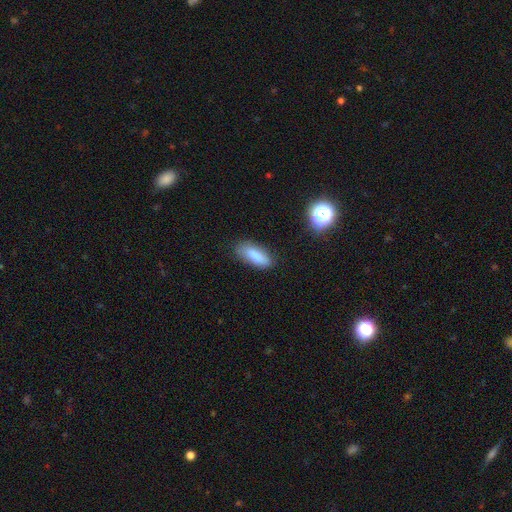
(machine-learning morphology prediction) Smooth or featured? Predicted: smooth (p=0.85). How rounded? Predicted: in between (p=0.70). Merging? Predicted: none (p=0.79).